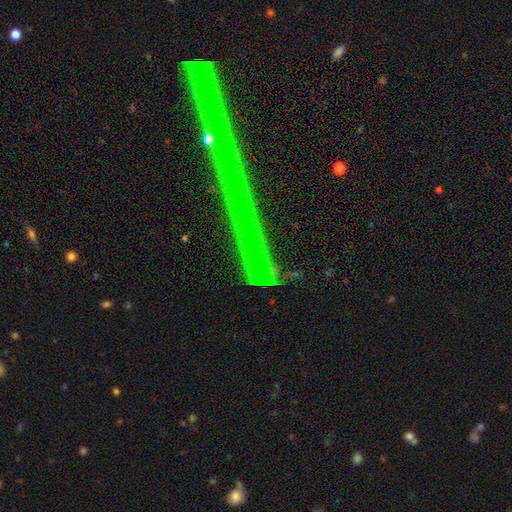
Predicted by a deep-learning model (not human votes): The model was most divided on "smooth or featured": star or artifact: 64%, featured or disk: 25%, smooth: 11%.